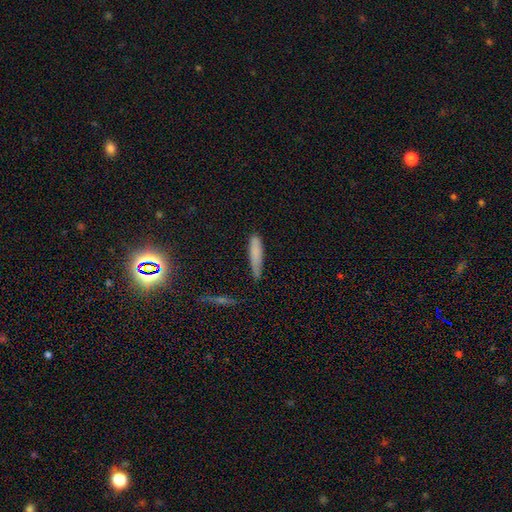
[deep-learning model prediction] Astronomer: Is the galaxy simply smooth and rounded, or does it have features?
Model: smooth — 81%.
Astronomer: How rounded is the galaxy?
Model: cigar-shaped — 78%.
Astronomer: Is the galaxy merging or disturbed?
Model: none — 62%.